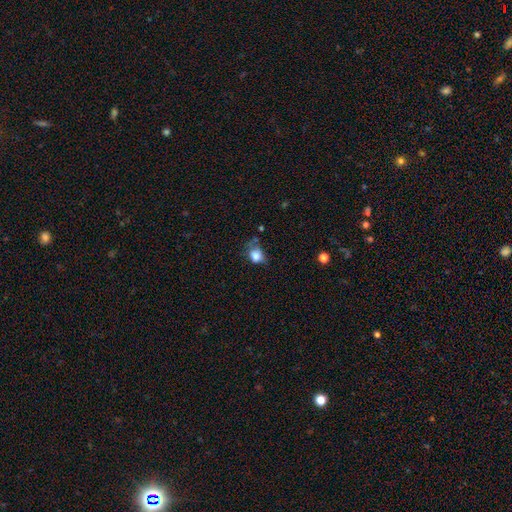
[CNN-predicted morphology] This appears to be a smooth galaxy with no disk features (81%) that is in between round and cigar-shaped (53%). Merging: none (41%).